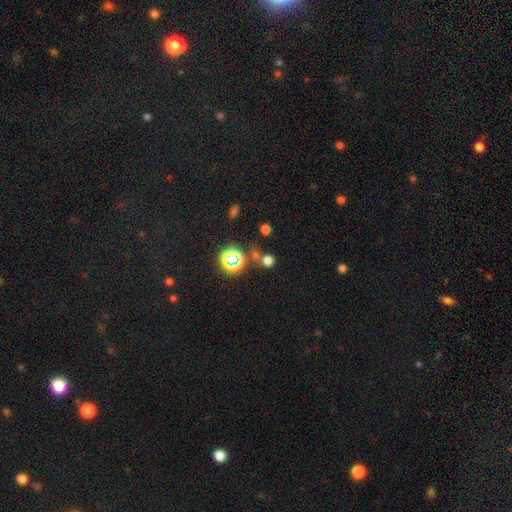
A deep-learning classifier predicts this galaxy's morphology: Smooth or featured? Predicted: star or artifact (p=0.60).